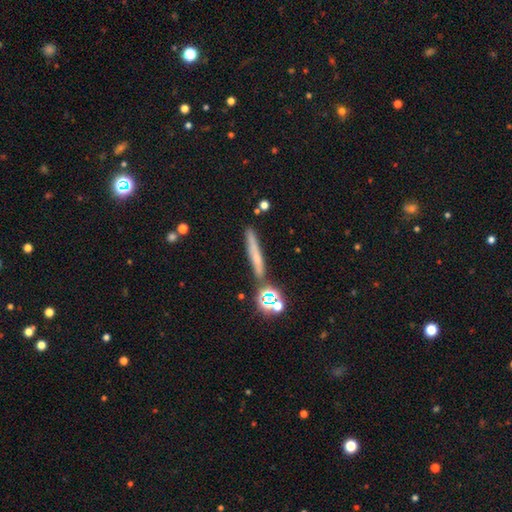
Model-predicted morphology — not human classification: type=smooth (47%); merging=none (80%).